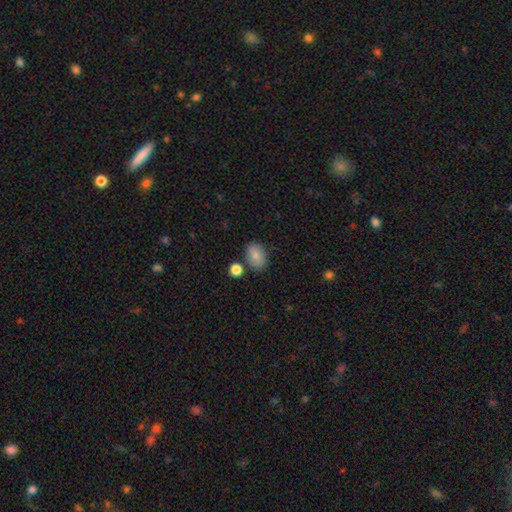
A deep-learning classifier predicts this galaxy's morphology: This appears to be a smooth galaxy with no disk features (83%) that is in between round and cigar-shaped (75%). Merging: none (77%).